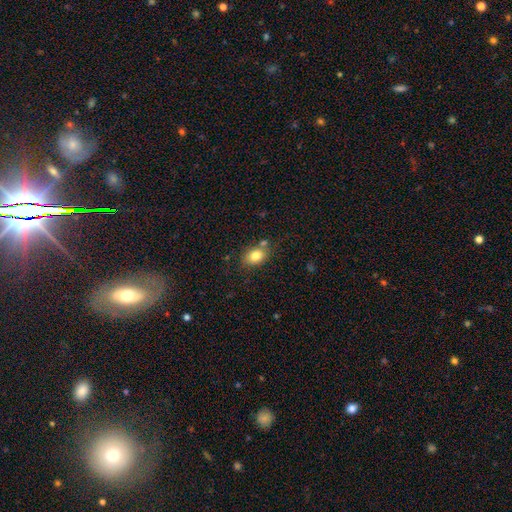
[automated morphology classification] Smooth or featured?
  - smooth: 81% *
  - featured or disk: 10%
  - star or artifact: 9%
How rounded?
  - in between: 72% *
  - round: 26%
  - cigar-shaped: 1%
Merging?
  - none: 69% *
  - minor disturbance: 15%
  - merger: 11%
  - major disturbance: 4%